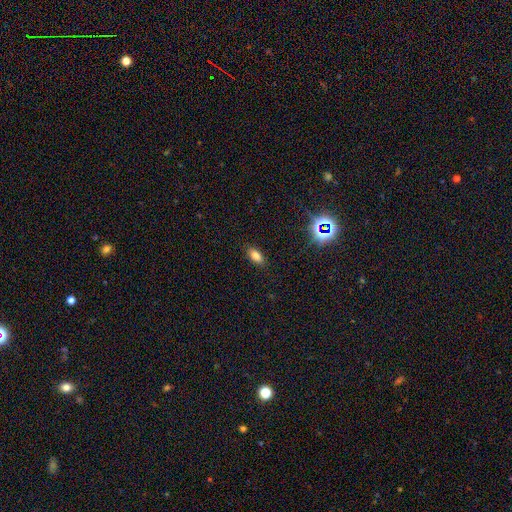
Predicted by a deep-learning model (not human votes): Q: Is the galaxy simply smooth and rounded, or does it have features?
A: smooth — 76%.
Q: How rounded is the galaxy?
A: in between — 85%.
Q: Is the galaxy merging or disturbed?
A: none — 87%.